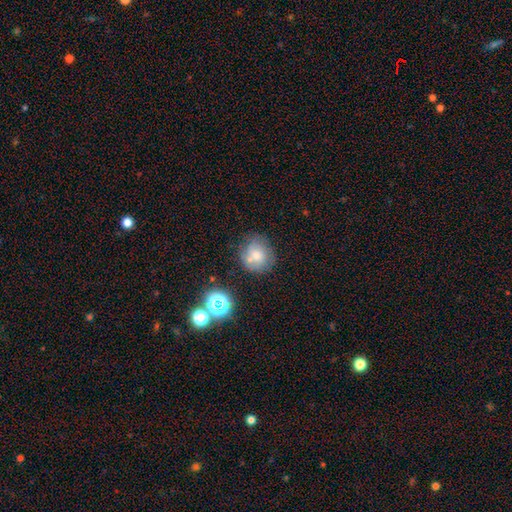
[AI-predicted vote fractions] The model was most divided on "merging": none: 63%, minor disturbance: 17%, merger: 15%, major disturbance: 6%. More confident: how rounded — round (84%); smooth or featured — smooth (72%).